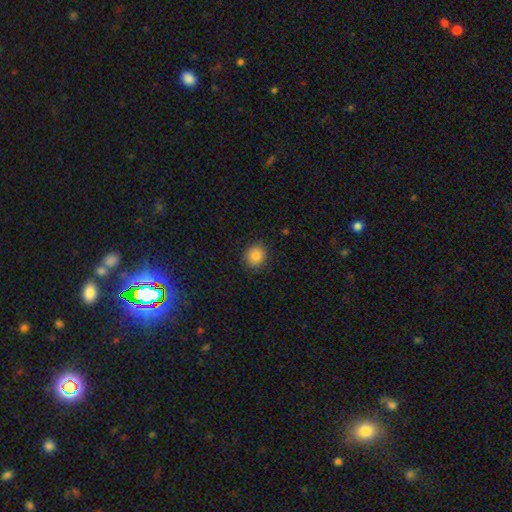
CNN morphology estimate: smooth 84%, star or artifact 10%, featured or disk 6%. Down the decision tree: how rounded — round (84%); merging — none (87%).